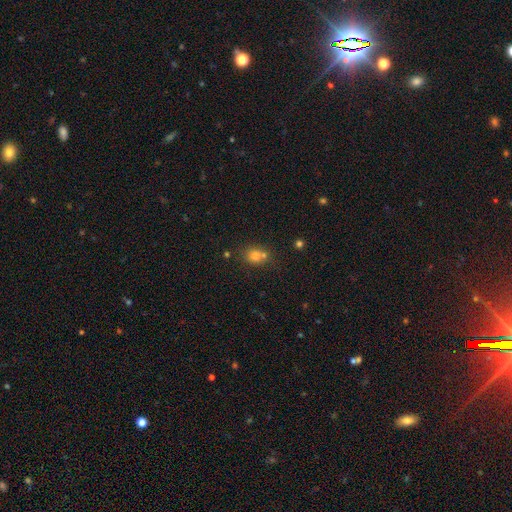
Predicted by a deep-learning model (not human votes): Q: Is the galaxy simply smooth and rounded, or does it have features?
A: smooth — 70%.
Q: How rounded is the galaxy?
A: round — 71%.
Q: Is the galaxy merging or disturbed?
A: none — 53%.